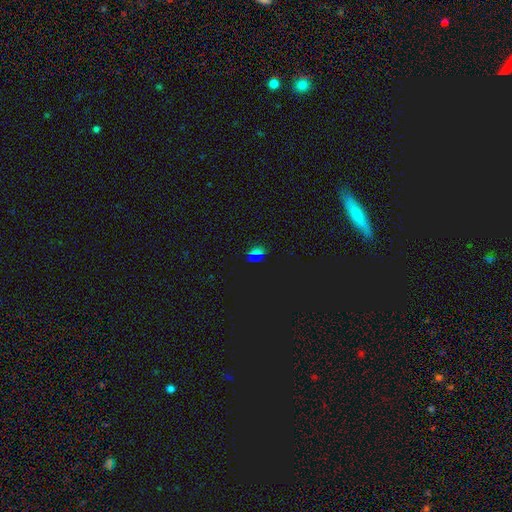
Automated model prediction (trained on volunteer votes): Smooth or featured? Predicted: star or artifact (p=0.51).